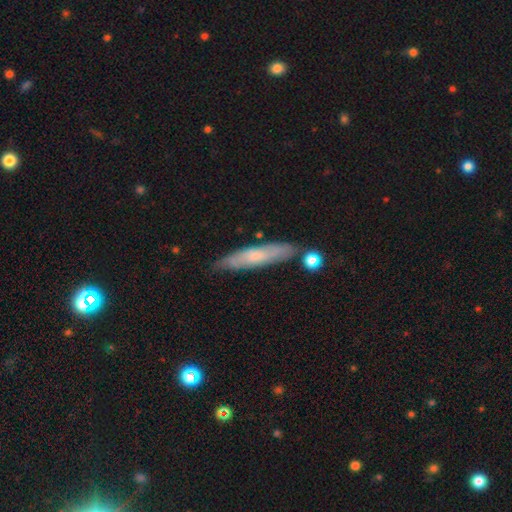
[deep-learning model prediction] smooth 52%, featured or disk 41%, star or artifact 6%. Down the decision tree: how rounded — cigar-shaped (85%); merging — none (76%).